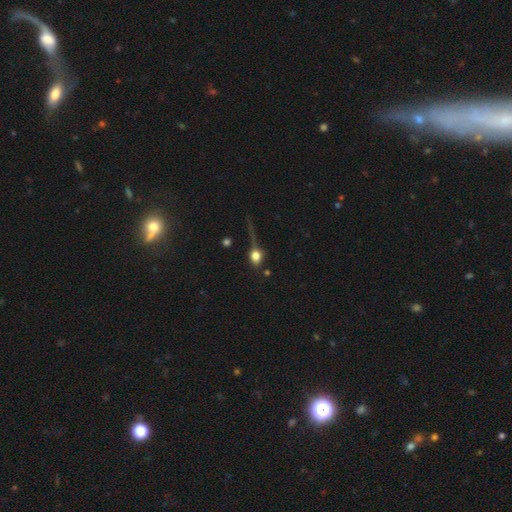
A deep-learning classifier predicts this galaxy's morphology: This is likely a smooth galaxy (71%). How rounded: possibly round (48%). Merging: marginally none (45%).